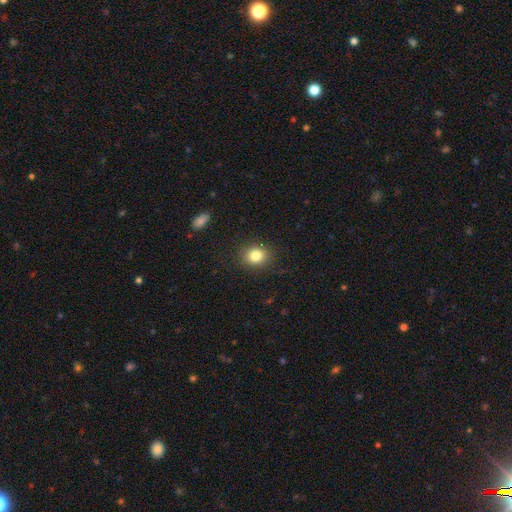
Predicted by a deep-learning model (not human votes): Smooth or featured? smooth (83%)
How rounded? round (64%)
Merging? none (87%)